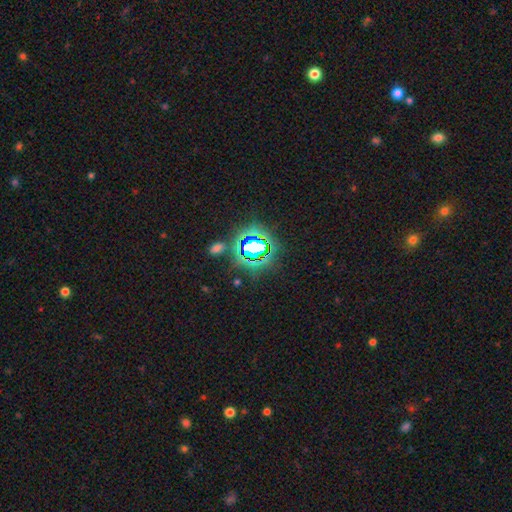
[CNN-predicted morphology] smooth_or_featured: star or artifact (p=0.82) [alt: smooth p=0.12]